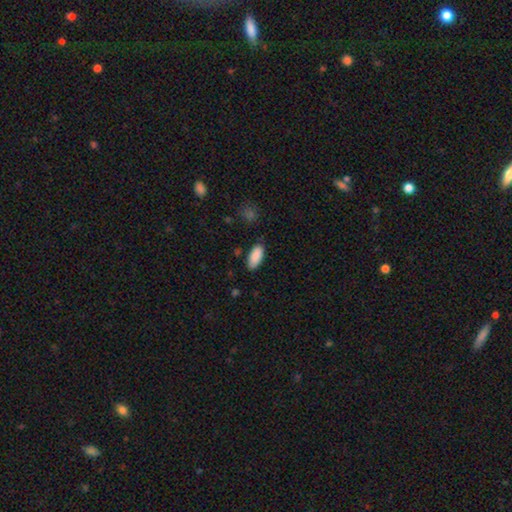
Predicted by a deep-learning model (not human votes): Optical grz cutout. It shows a smooth galaxy with no disk features (90%) that is in between round and cigar-shaped (87%). Merging: none (83%).